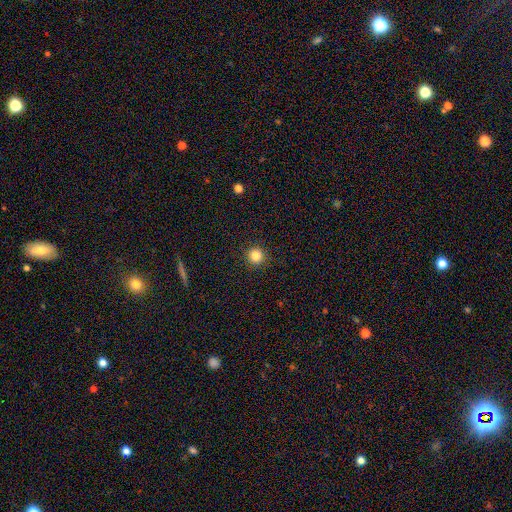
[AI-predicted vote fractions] This is clearly a smooth galaxy (84%). How rounded: clearly round (95%). Merging: clearly none (92%).